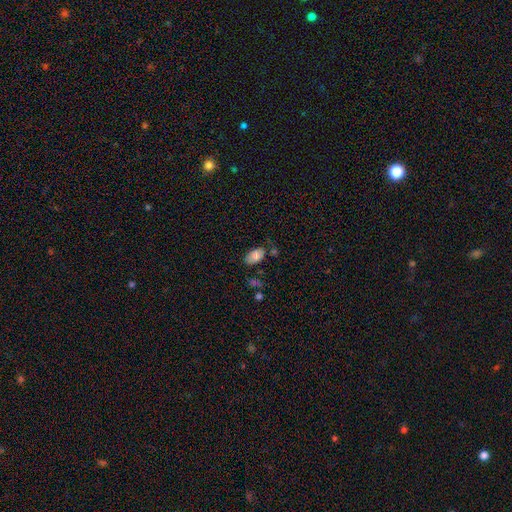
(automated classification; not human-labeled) Smooth or featured? Predicted: smooth (p=0.79). How rounded? Predicted: in between (p=0.94). Merging? Predicted: none (p=0.63).